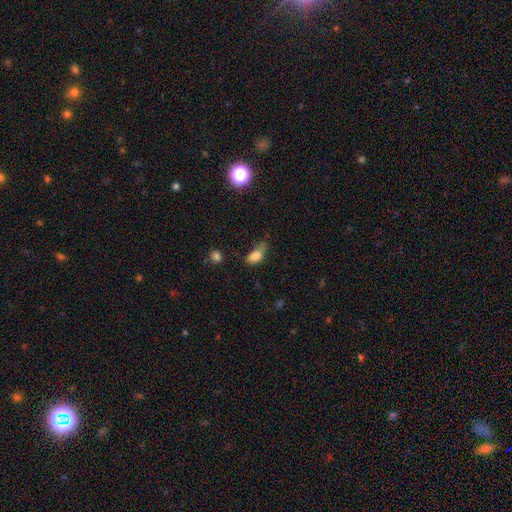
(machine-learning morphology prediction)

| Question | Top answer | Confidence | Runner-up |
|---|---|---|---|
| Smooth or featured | smooth | 78% | featured or disk (12%) |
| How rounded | in between | 82% | round (11%) |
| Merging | minor disturbance | 39% | none (34%) |